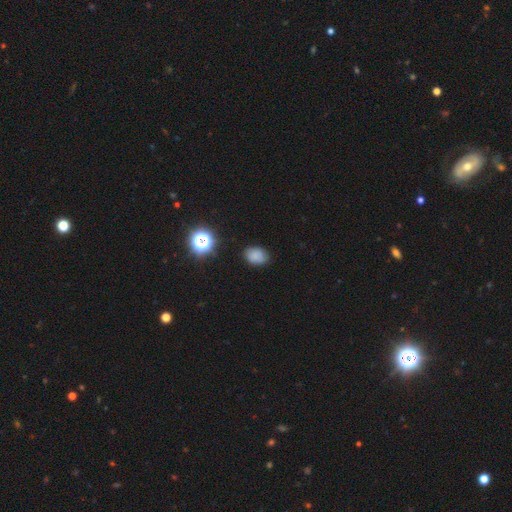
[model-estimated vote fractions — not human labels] Smooth or featured? Predicted: smooth (p=0.76). How rounded? Predicted: in between (p=0.66). Merging? Predicted: none (p=0.77).